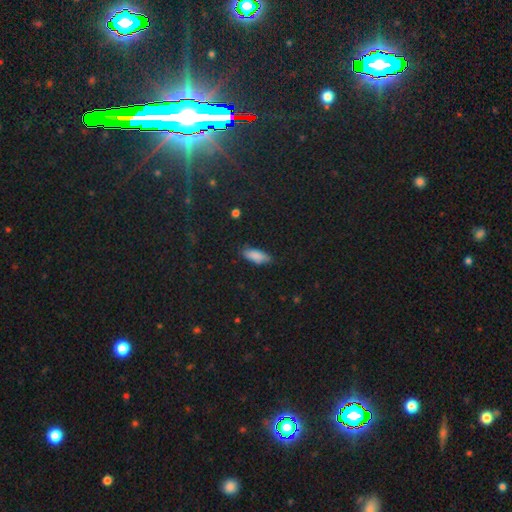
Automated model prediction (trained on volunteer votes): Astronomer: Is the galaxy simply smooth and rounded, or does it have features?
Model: smooth — 84%.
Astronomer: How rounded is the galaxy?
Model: in between — 72%.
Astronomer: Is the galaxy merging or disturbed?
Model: none — 79%.